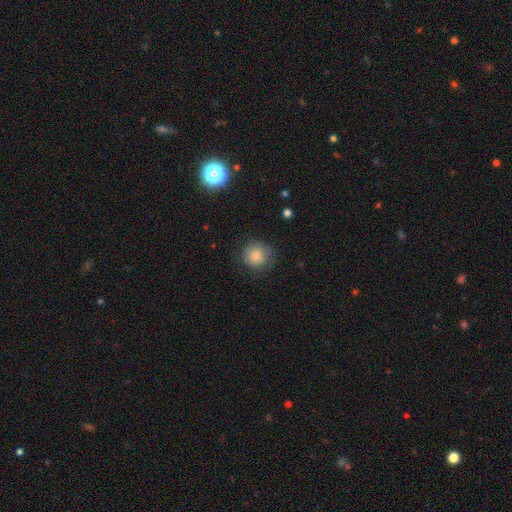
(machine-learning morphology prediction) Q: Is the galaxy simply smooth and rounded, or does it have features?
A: smooth — 77%.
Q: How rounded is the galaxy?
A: round — 92%.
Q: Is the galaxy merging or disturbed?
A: none — 79%.